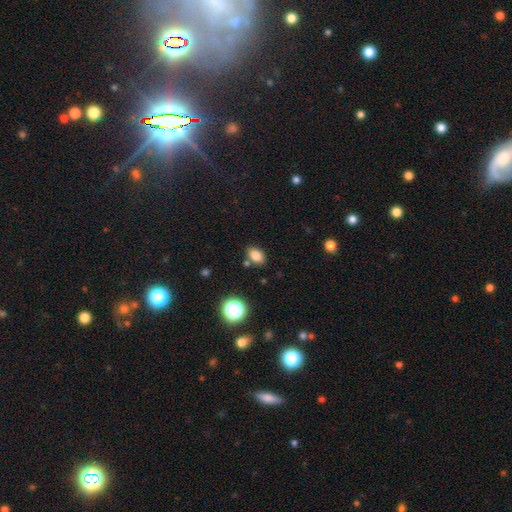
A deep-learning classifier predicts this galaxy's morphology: smooth-or-featured: smooth: 81% | star or artifact: 12% | featured or disk: 7%
  how-rounded: in between: 79% | round: 20% | cigar-shaped: 1%
  merging: none: 78% | minor disturbance: 11% | merger: 7% | major disturbance: 3%